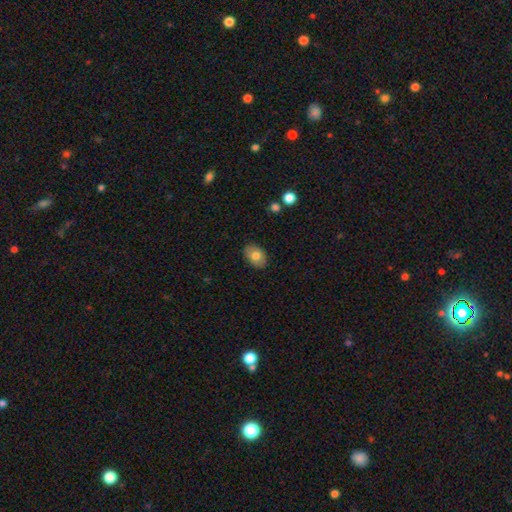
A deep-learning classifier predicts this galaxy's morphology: Smooth or featured: smooth — 77% (featured or disk — 15%)
How rounded: in between — 82% (round — 17%)
Merging: none — 86% (minor disturbance — 11%)